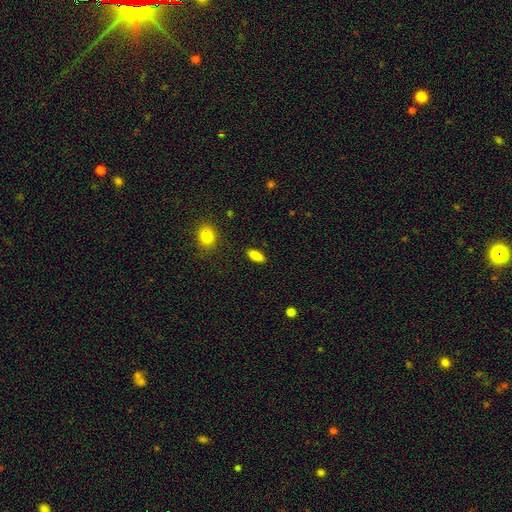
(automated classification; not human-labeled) Morphology: type=smooth (86%); roundness=in between (81%); merging=none (88%).